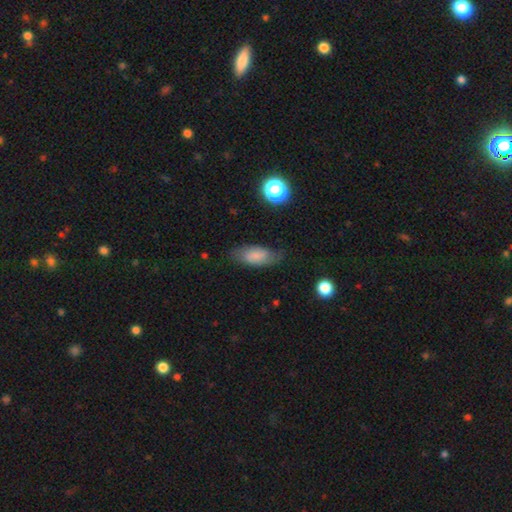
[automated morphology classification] This is likely a smooth galaxy (72%). How rounded: clearly in between (85%). Merging: likely none (69%).